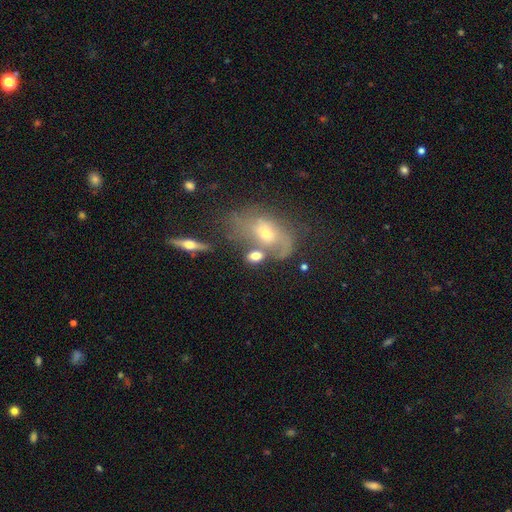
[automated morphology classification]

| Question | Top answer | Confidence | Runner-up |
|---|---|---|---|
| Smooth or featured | smooth | 58% | featured or disk (31%) |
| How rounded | in between | 73% | round (24%) |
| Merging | none | 40% | merger (32%) |